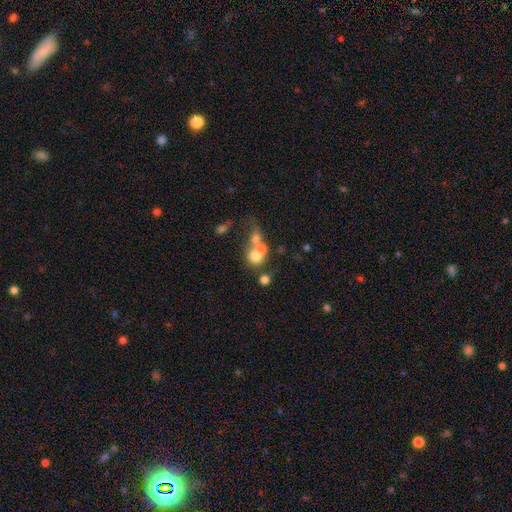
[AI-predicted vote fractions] Q: Smooth or featured?
A: smooth (62%); runner-up: featured or disk (25%)
Q: How rounded?
A: round (75%); runner-up: in between (24%)
Q: Merging?
A: merger (60%); runner-up: none (26%)